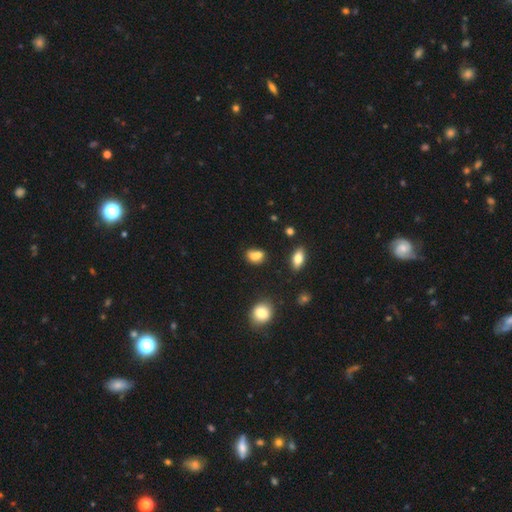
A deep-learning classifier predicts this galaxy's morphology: Smooth or featured? smooth (75%)
How rounded? in between (63%)
Merging? none (41%)